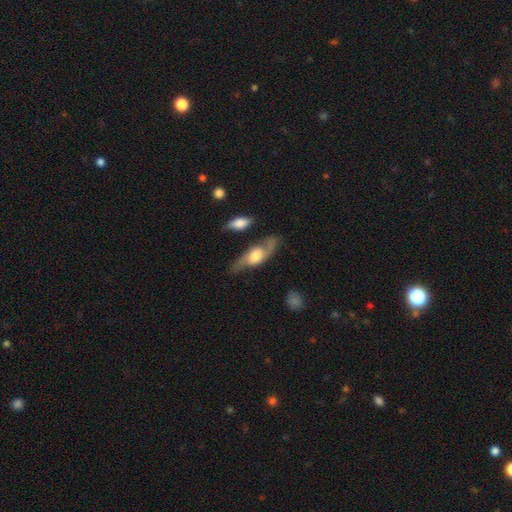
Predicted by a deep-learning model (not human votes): This appears to be a featured or disk galaxy (68%). Merging: none (63%).